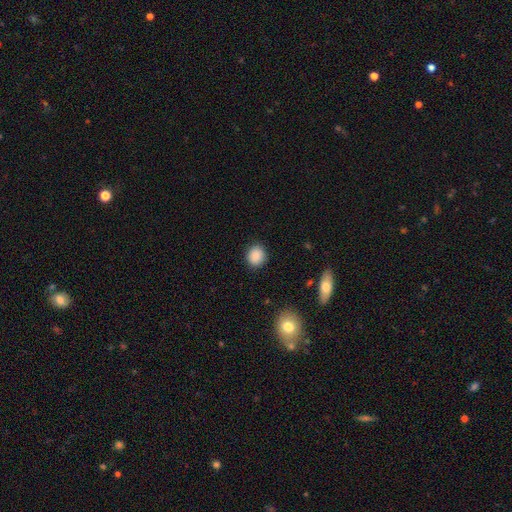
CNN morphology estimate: smooth 87%, star or artifact 9%, featured or disk 4%. Down the decision tree: how rounded — round (78%); merging — none (89%).